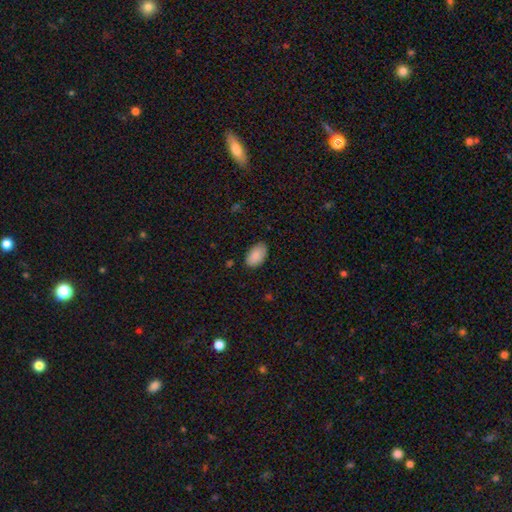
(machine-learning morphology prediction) This is clearly a smooth galaxy (88%). How rounded: clearly in between (93%). Merging: clearly none (82%).